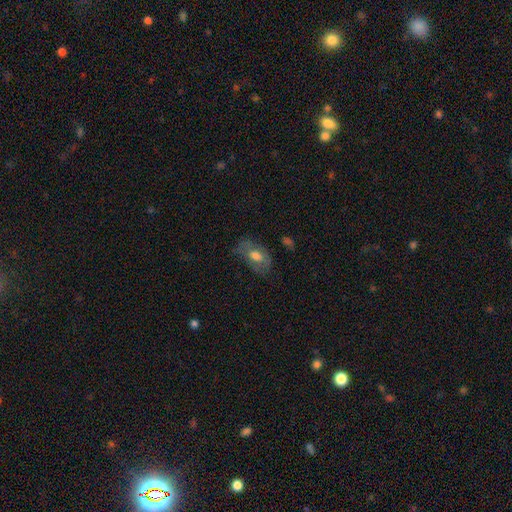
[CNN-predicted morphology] Q: Smooth or featured?
A: smooth (49%); runner-up: featured or disk (40%)
Q: Merging?
A: none (59%); runner-up: minor disturbance (26%)